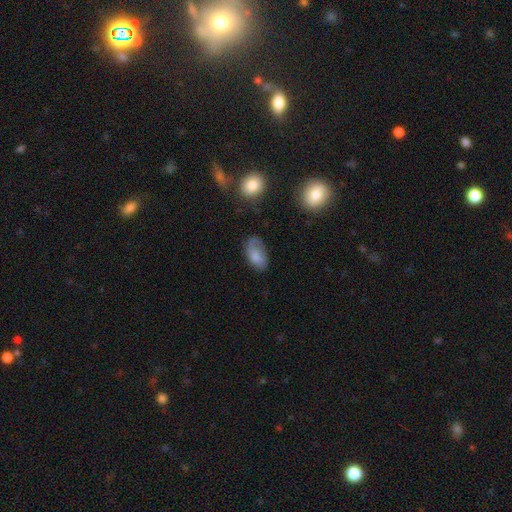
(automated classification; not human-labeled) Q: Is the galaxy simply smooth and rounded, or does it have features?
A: smooth — 74%.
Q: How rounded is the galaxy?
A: in between — 93%.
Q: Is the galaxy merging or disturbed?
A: none — 51%.